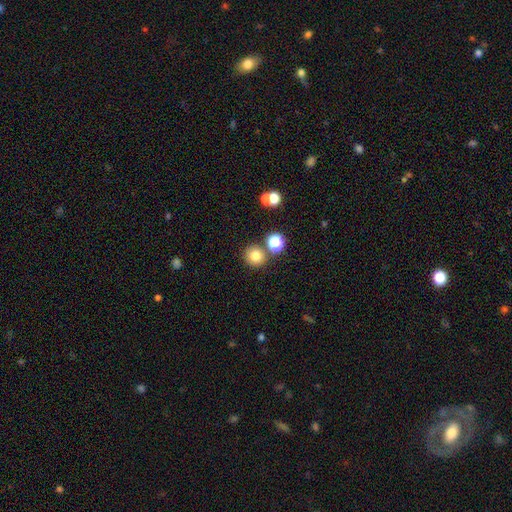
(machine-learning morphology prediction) The model was most divided on "smooth or featured": smooth: 78%, star or artifact: 14%, featured or disk: 8%. More confident: how rounded — round (91%); merging — none (77%).